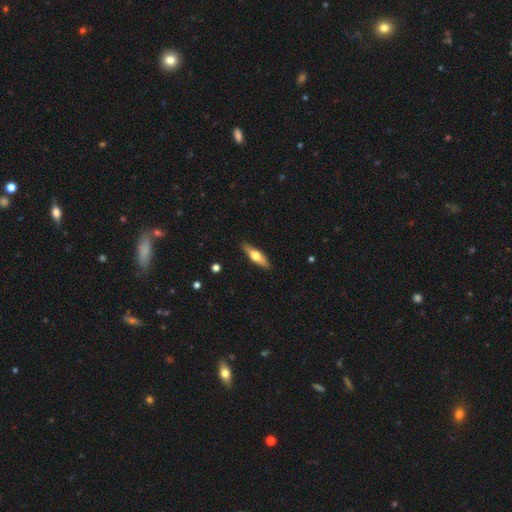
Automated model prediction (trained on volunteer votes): A featured or disk galaxy (49%). Merging: none (89%).